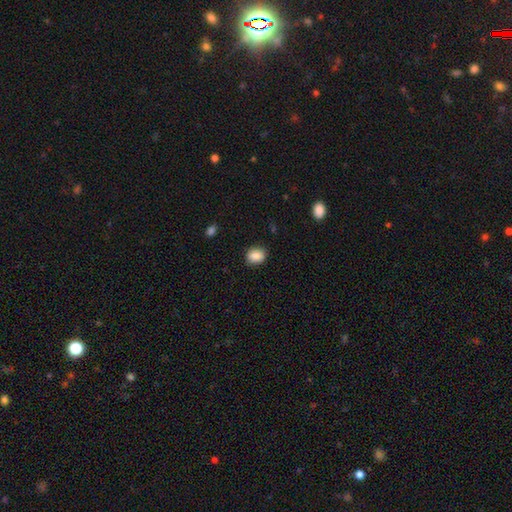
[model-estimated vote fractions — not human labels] smooth-or-featured: smooth: 88% | star or artifact: 8% | featured or disk: 4%
  how-rounded: in between: 51% | round: 47% | cigar-shaped: 1%
  merging: none: 86% | minor disturbance: 10% | major disturbance: 3% | merger: 1%